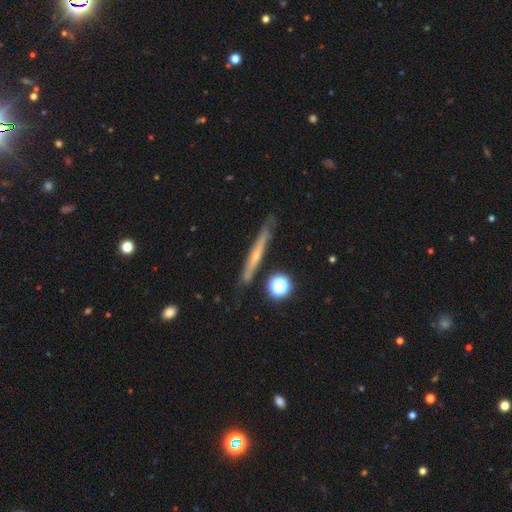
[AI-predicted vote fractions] Q: Smooth or featured?
A: featured or disk (59%); runner-up: smooth (33%)
Q: Edge-on disk?
A: yes (93%); runner-up: no (7%)
Q: Edge-on bulge?
A: rounded (49%); runner-up: none (48%)
Q: Merging?
A: none (79%); runner-up: minor disturbance (15%)